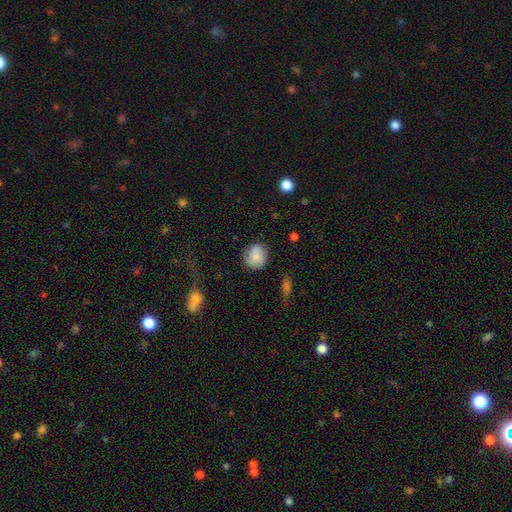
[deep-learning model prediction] This is likely a smooth galaxy (72%). How rounded: likely round (71%). Merging: likely none (73%).